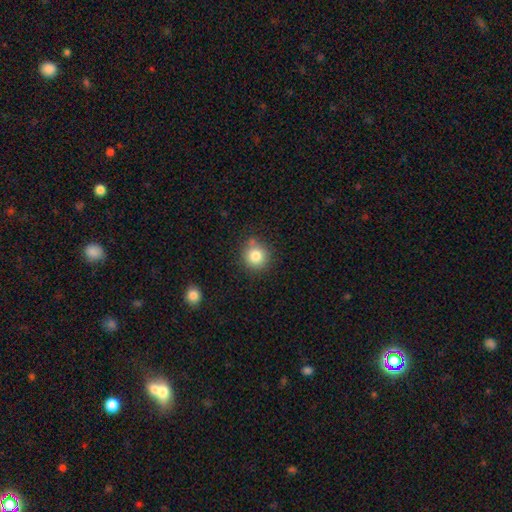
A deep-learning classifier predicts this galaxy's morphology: Smooth or featured? Predicted: smooth (p=0.82). How rounded? Predicted: round (p=0.91). Merging? Predicted: none (p=0.78).